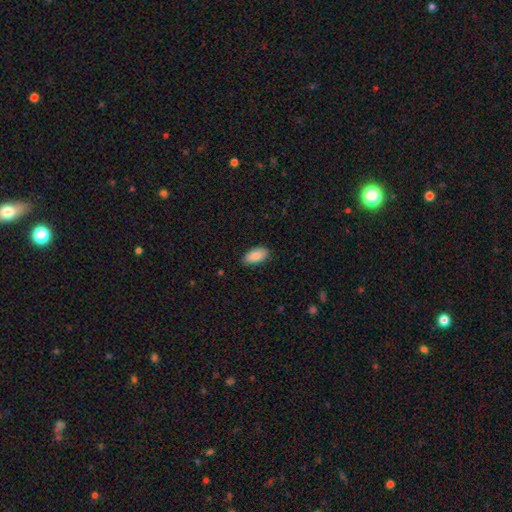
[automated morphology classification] type=smooth (87%); roundness=in between (92%); merging=none (84%).